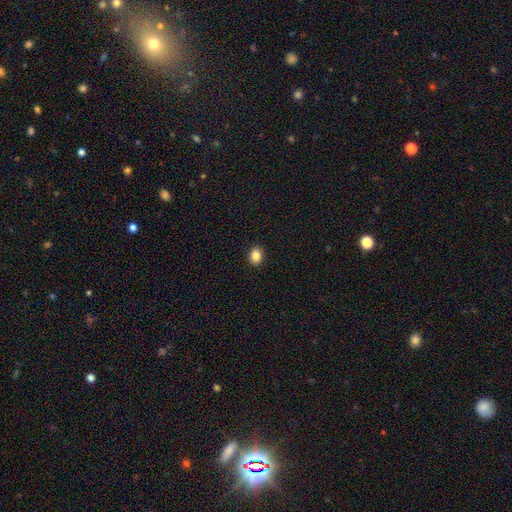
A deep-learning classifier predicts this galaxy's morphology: smooth 86%, star or artifact 10%, featured or disk 5%. Down the decision tree: how rounded — in between (60%); merging — none (92%).